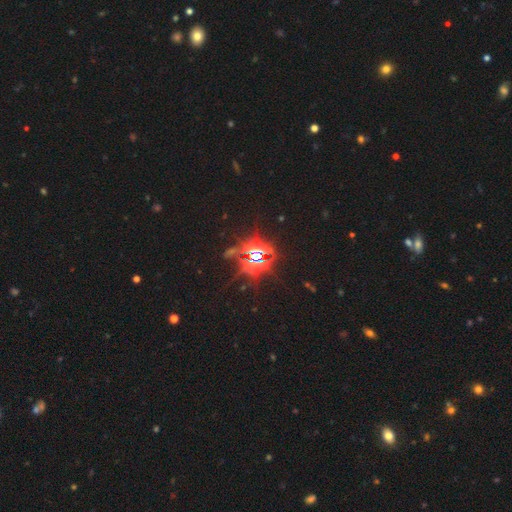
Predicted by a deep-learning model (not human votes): Morphology: type=star or artifact (85%).